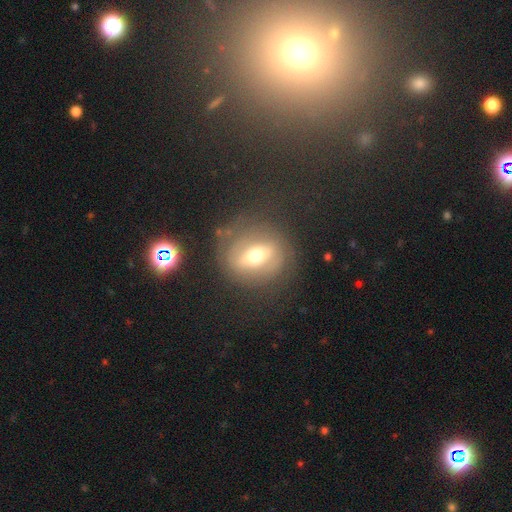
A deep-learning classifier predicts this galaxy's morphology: A featured or disk galaxy (54%). Merging: none (73%).